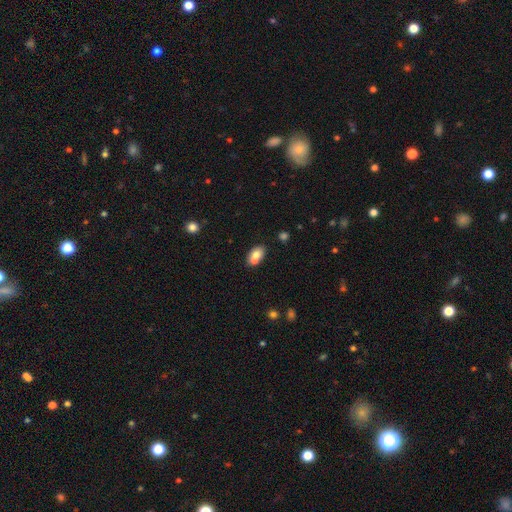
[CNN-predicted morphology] Smooth or featured? smooth (74%)
How rounded? in between (85%)
Merging? none (44%)